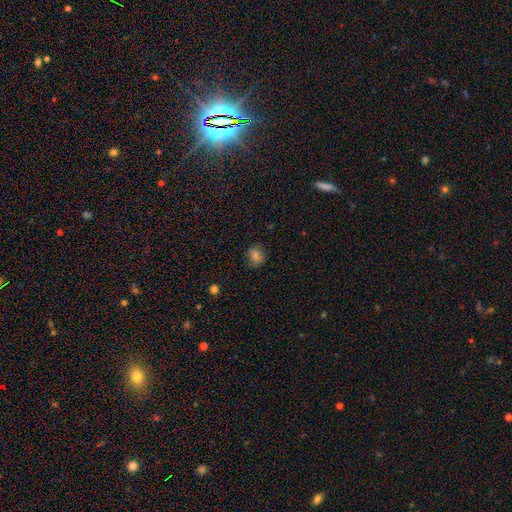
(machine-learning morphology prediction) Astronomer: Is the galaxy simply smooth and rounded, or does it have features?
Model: smooth — 76%.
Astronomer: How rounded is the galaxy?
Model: round — 57% (runner-up: in between, 42%).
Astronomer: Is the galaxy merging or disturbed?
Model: none — 80%.